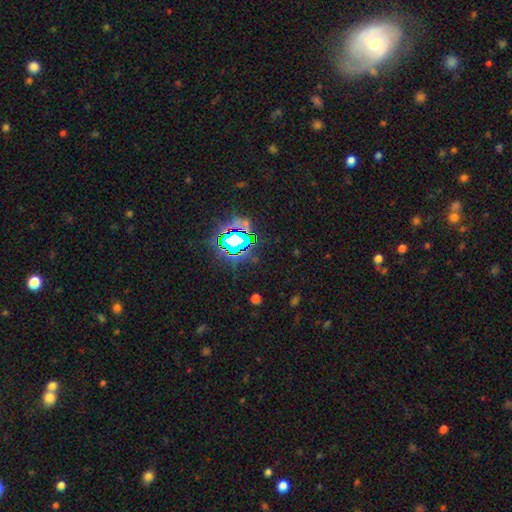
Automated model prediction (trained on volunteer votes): star or artifact 73%, smooth 14%, featured or disk 13%.